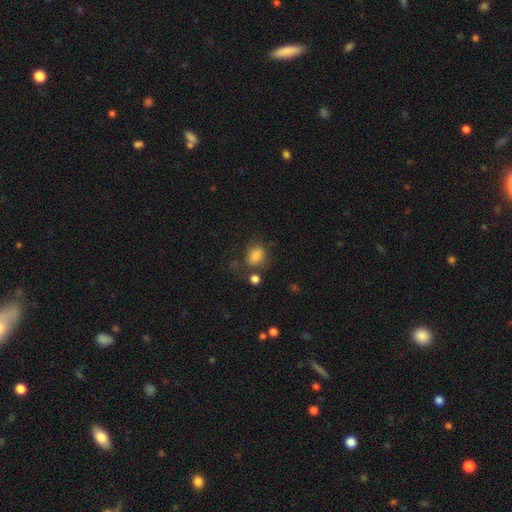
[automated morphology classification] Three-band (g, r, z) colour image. It shows a smooth galaxy with no disk features (81%) that is in between round and cigar-shaped (50%). Merging: none (63%).